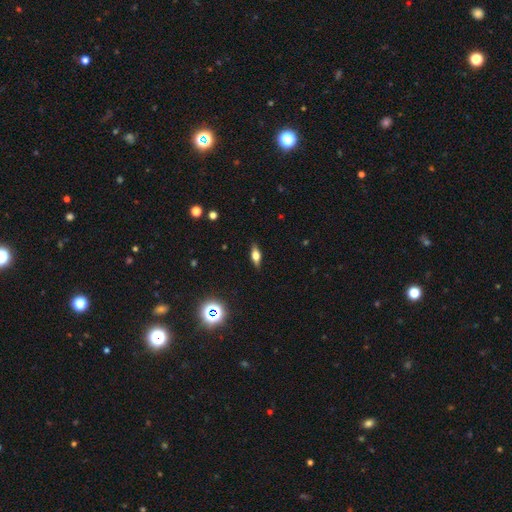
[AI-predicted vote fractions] Smooth or featured?
  - smooth: 47% *
  - featured or disk: 42%
  - star or artifact: 11%
Merging?
  - none: 88% *
  - minor disturbance: 9%
  - major disturbance: 2%
  - merger: 1%